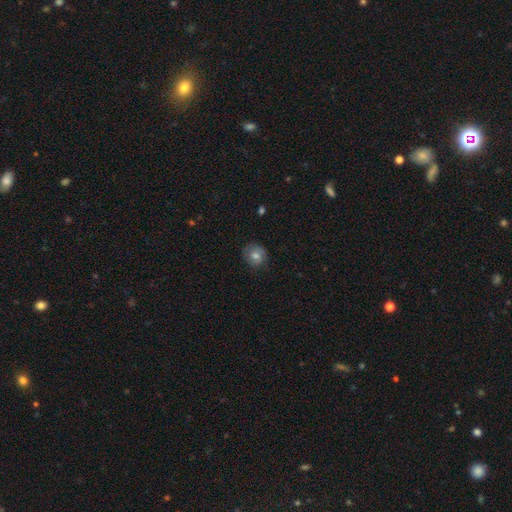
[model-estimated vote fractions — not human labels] Smooth or featured: smooth — 71% (featured or disk — 20%)
How rounded: round — 81% (in between — 18%)
Merging: none — 78% (minor disturbance — 17%)